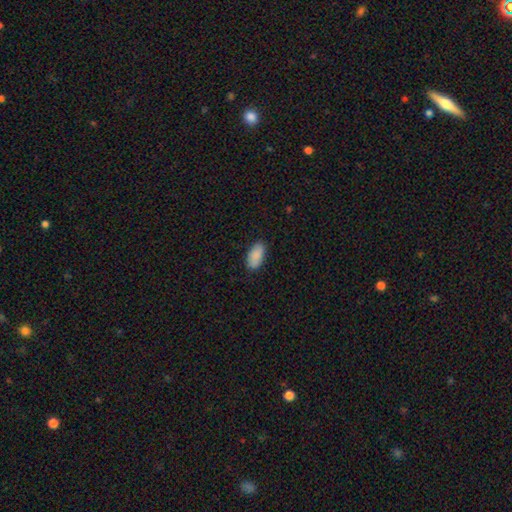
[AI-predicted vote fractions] Smooth or featured: smooth — 89% (star or artifact — 6%)
How rounded: in between — 94% (cigar-shaped — 4%)
Merging: none — 85% (minor disturbance — 12%)